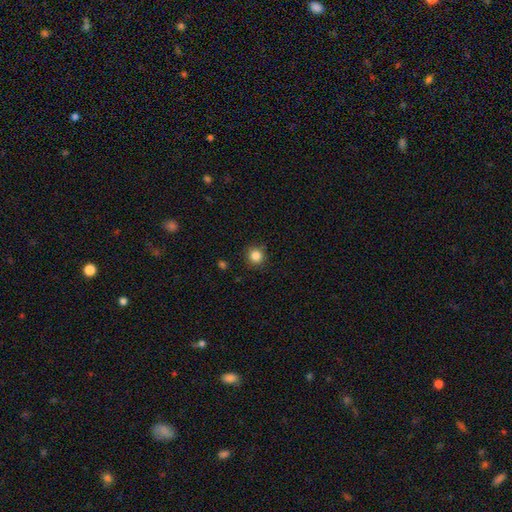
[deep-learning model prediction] Smooth or featured? Predicted: smooth (p=0.85). How rounded? Predicted: round (p=0.94). Merging? Predicted: none (p=0.89).